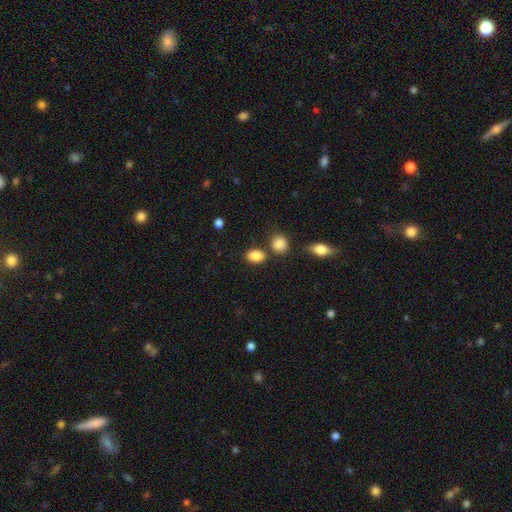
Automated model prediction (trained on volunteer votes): Smooth or featured? smooth (87%)
How rounded? in between (78%)
Merging? none (72%)